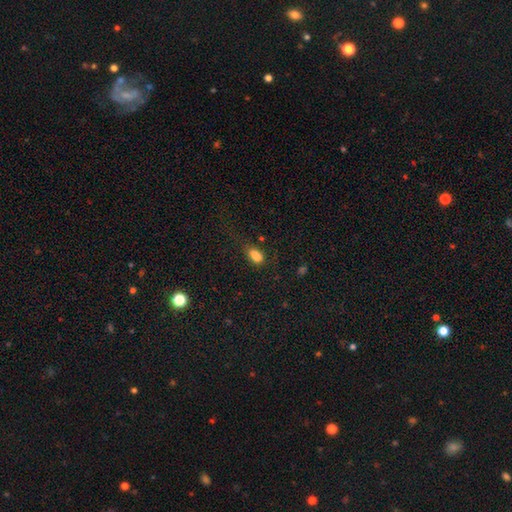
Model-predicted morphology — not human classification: Smooth or featured? Predicted: smooth (p=0.83). How rounded? Predicted: in between (p=0.86). Merging? Predicted: none (p=0.61).